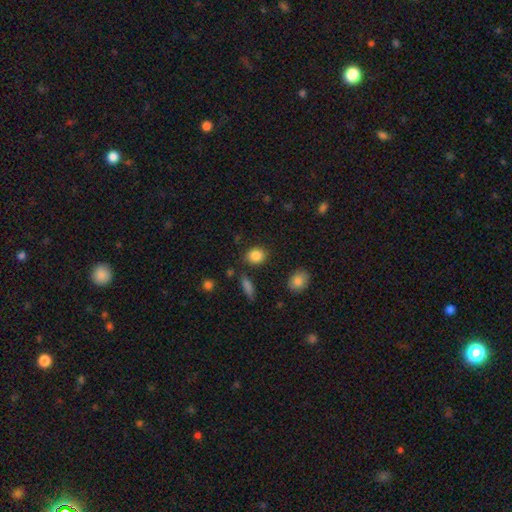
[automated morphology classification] This is clearly a smooth galaxy (86%). How rounded: likely round (61%). Merging: clearly none (84%).